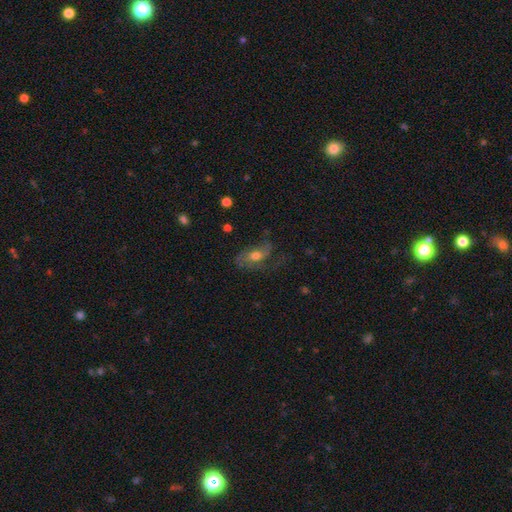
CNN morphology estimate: A featured or disk galaxy (61%) with no bar (63%), spiral arms (80%) and a moderate central bulge (68%). Merging: none (49%).